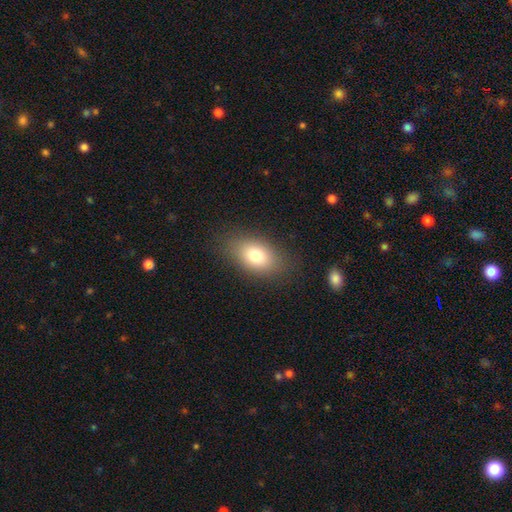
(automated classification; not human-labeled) This is likely a smooth galaxy (78%). How rounded: clearly in between (85%). Merging: clearly none (83%).